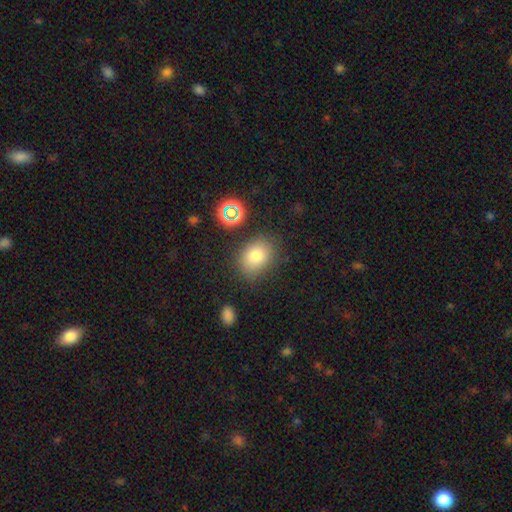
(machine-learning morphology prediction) The model was most divided on "how rounded": in between: 57%, round: 42%, cigar-shaped: 1%. More confident: smooth or featured — smooth (78%); merging — none (78%).